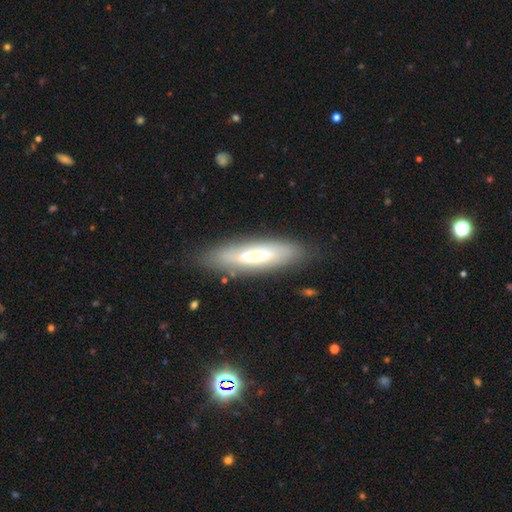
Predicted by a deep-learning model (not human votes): Smooth or featured? Predicted: smooth (p=0.52). How rounded? Predicted: cigar-shaped (p=0.68). Merging? Predicted: none (p=0.78).